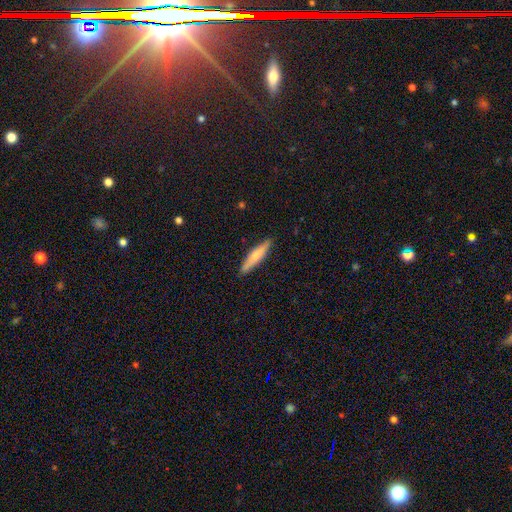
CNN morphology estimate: smooth 65%, featured or disk 30%, star or artifact 6%. Down the decision tree: how rounded — cigar-shaped (87%); merging — none (89%).